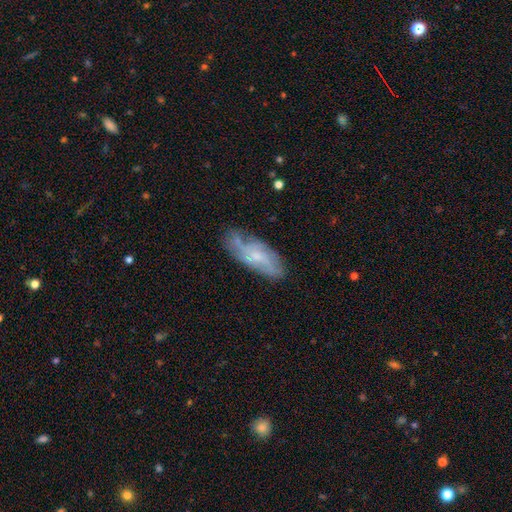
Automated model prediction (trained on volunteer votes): Overall: featured or disk (64%; smooth 28%). Edge-on disk: no (88%). Bar: no (65%; weak 30%). Spiral arms: yes (79%). Bulge size: small (61%; moderate 25%). Merging: none (64%; minor disturbance 25%).